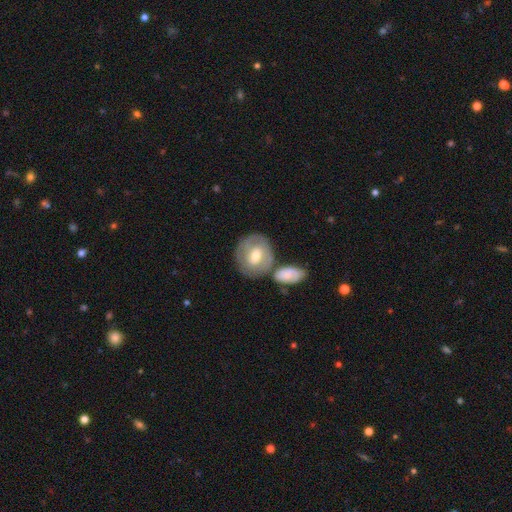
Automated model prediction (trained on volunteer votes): Smooth or featured? featured or disk (55%)
Edge-on disk? no (94%)
Bar? no (49%)
Spiral arms? yes (57%)
Bulge size? moderate (69%)
Merging? none (59%)